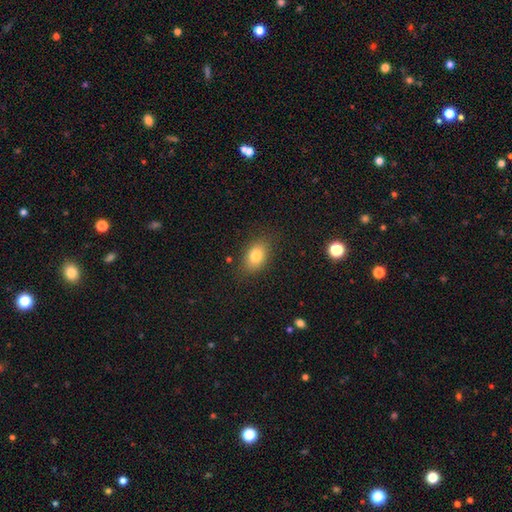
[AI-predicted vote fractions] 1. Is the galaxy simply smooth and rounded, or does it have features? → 79% smooth, 11% featured or disk, 9% star or artifact.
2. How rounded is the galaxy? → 82% in between, 16% round, 2% cigar-shaped.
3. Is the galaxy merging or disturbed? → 83% none, 12% minor disturbance, 4% major disturbance, 1% merger.